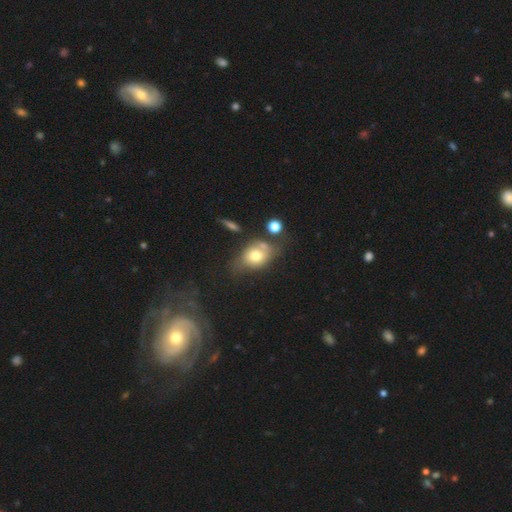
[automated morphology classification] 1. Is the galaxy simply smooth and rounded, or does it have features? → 68% smooth, 22% featured or disk, 10% star or artifact.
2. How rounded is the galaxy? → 63% in between, 35% round, 2% cigar-shaped.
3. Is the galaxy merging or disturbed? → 39% none, 27% minor disturbance, 18% merger, 15% major disturbance.